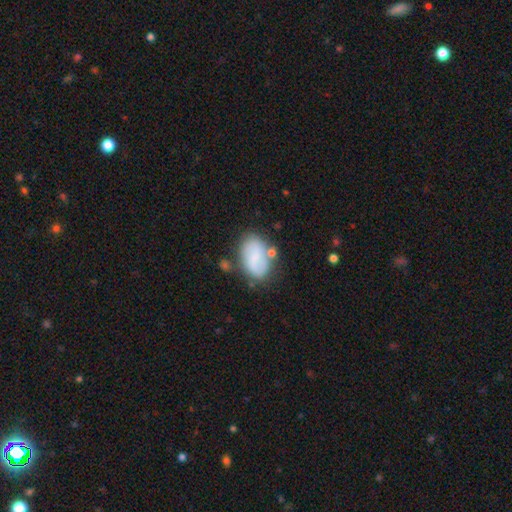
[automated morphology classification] This is likely a smooth galaxy (62%). How rounded: clearly in between (89%). Merging: possibly none (59%).